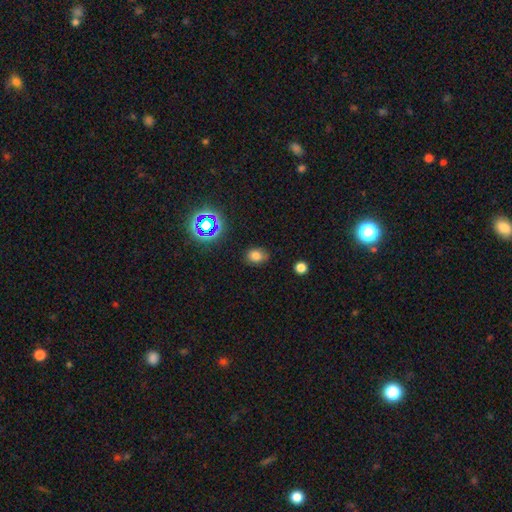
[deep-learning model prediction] Smooth or featured: smooth — 76% (star or artifact — 17%)
How rounded: in between — 58% (round — 41%)
Merging: none — 81% (minor disturbance — 15%)